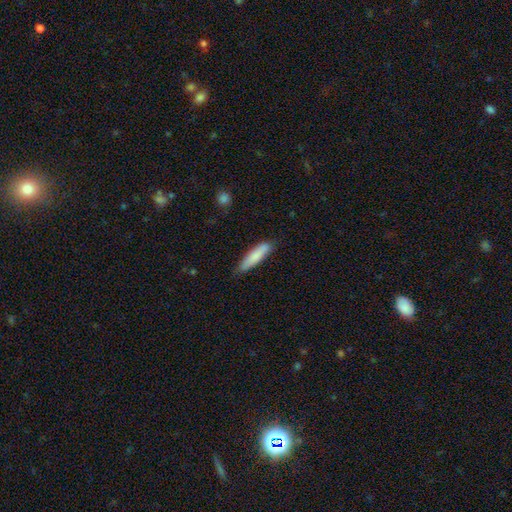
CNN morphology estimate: The model was most divided on "how rounded": cigar-shaped: 71%, in between: 27%, round: 1%. More confident: smooth or featured — smooth (82%); merging — none (78%).